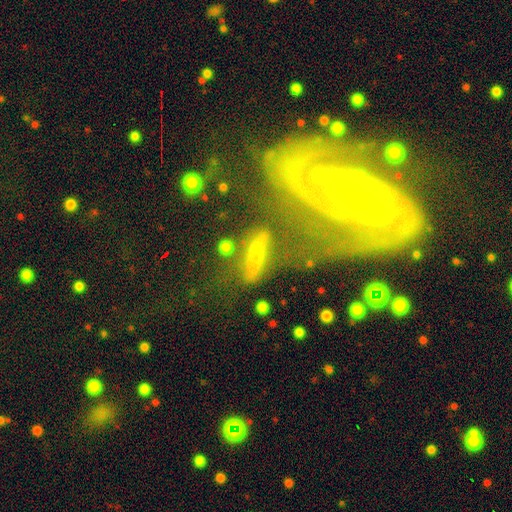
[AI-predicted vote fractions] Smooth or featured? Predicted: featured or disk (p=0.52). Edge-on disk? Predicted: no (p=0.68). Merging? Predicted: none (p=0.51).